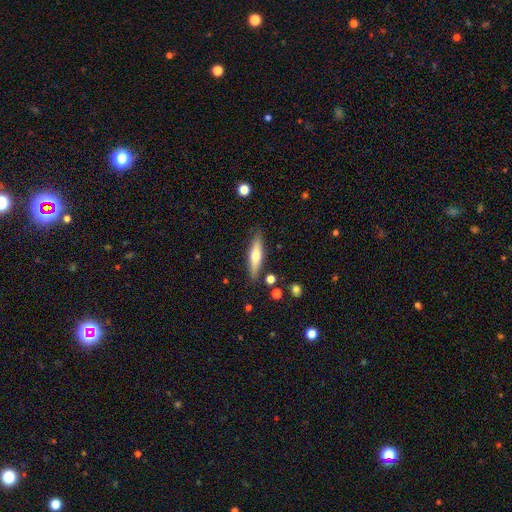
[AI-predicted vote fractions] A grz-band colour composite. It shows a smooth galaxy with no disk features (51%) that is cigar-shaped (72%). Merging: none (85%).